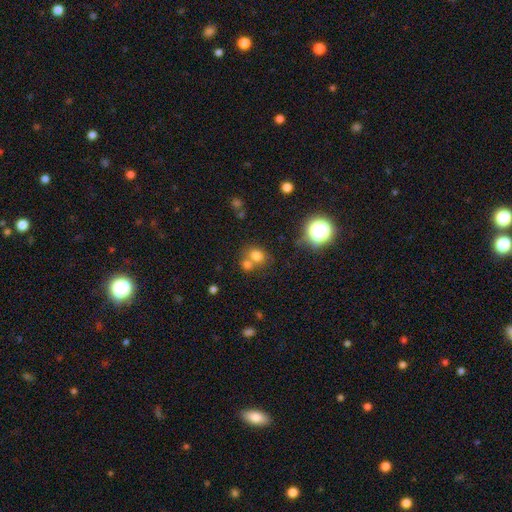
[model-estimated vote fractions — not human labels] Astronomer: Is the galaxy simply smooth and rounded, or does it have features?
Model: smooth — 72%.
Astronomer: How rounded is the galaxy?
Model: round — 62% (runner-up: in between, 37%).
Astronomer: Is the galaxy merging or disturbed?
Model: none — 48% (runner-up: merger, 39%).